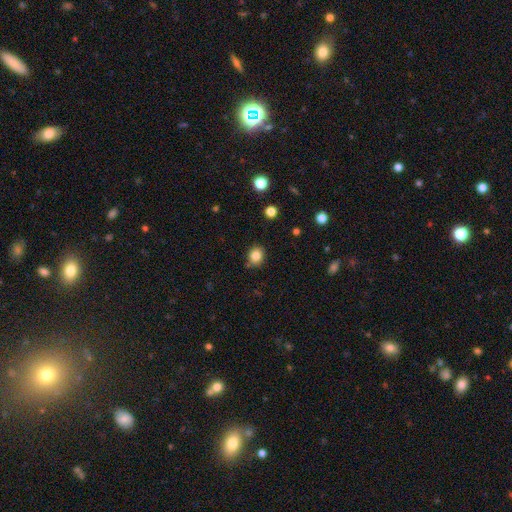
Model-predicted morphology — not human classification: This is clearly a smooth galaxy (84%). How rounded: likely round (61%). Merging: clearly none (83%).